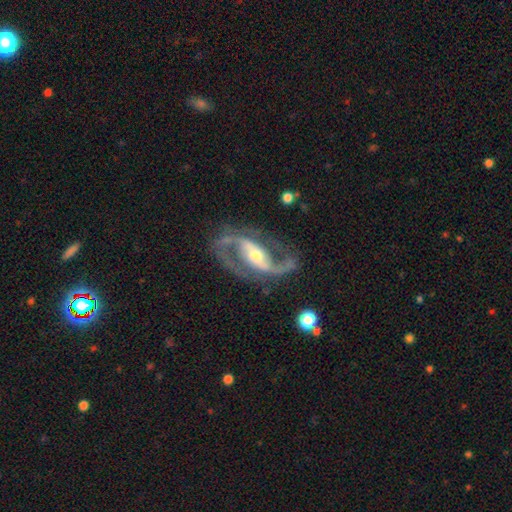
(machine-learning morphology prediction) A featured or disk galaxy (92%) with a strong bar (50%), 2 (94%) medium (54%) spiral arms (97%) and a moderate central bulge (58%).

Vote fractions:
- Smooth or featured? featured or disk: 92% / star or artifact: 4% / smooth: 4%
- Edge-on disk? no: 96% / yes: 4%
- Bar? strong: 50% / weak: 33% / no: 17%
- Spiral arms? yes: 97% / no: 3%
- Spiral winding? medium: 54% / loose: 34% / tight: 12%
- Spiral arm count? 2: 94% / can't tell: 2% / 1: 2% / 3: 1% / 4: 1% / more than 4: 1%
- Bulge size? moderate: 58% / small: 34% / large: 6% / none: 1% / dominant: 1%
- Merging? none: 76% / minor disturbance: 14% / major disturbance: 8% / merger: 2%